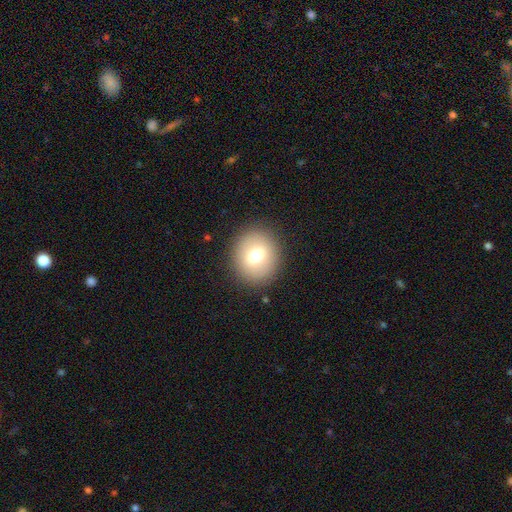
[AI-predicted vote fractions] The model was most divided on "smooth or featured": smooth: 71%, featured or disk: 19%, star or artifact: 10%. More confident: merging — none (89%); how rounded — round (81%).